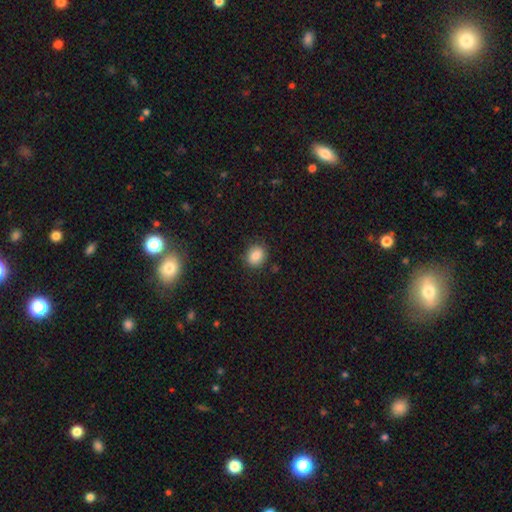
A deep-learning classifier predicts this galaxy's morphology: smooth_or_featured: smooth (p=0.84) [alt: star or artifact p=0.10]
how_rounded: round (p=0.63) [alt: in between p=0.36]
merging: none (p=0.86) [alt: minor disturbance p=0.10]